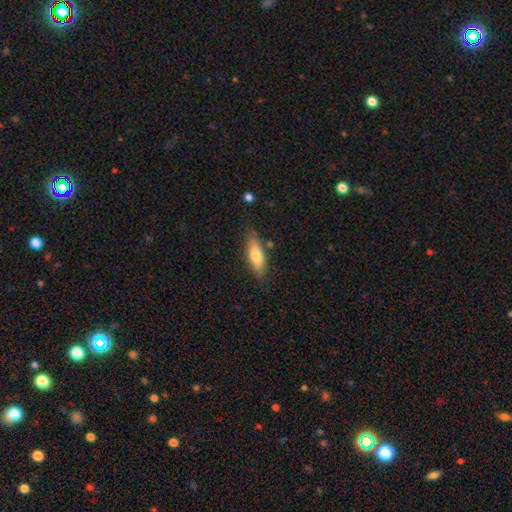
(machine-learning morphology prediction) Smooth or featured? Predicted: smooth (p=0.70). How rounded? Predicted: in between (p=0.51). Merging? Predicted: none (p=0.79).